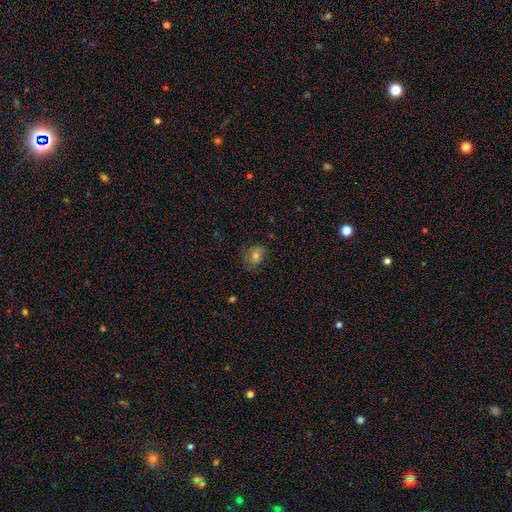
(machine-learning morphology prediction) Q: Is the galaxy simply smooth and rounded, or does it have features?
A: smooth — 64%.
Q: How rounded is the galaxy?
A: round — 57%.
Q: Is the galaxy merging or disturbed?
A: none — 67%.